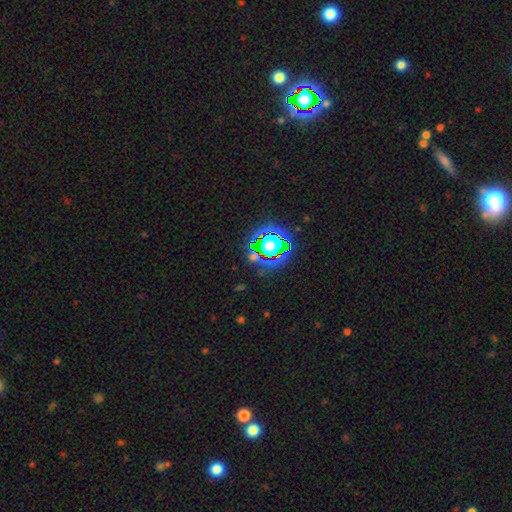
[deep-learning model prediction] Morphology: type=star or artifact (72%).